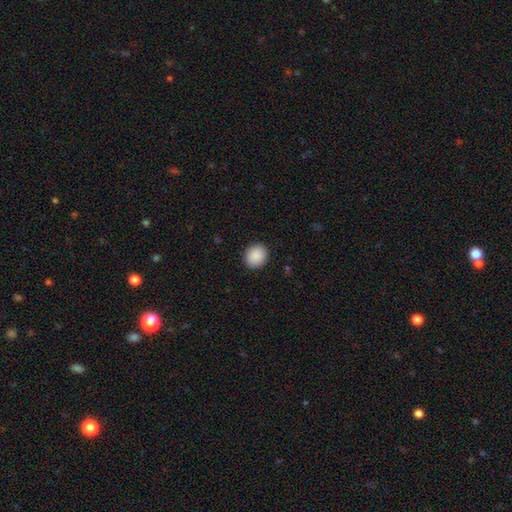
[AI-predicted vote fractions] Q: Smooth or featured?
A: smooth (90%); runner-up: star or artifact (7%)
Q: How rounded?
A: round (70%); runner-up: in between (29%)
Q: Merging?
A: none (90%); runner-up: minor disturbance (7%)